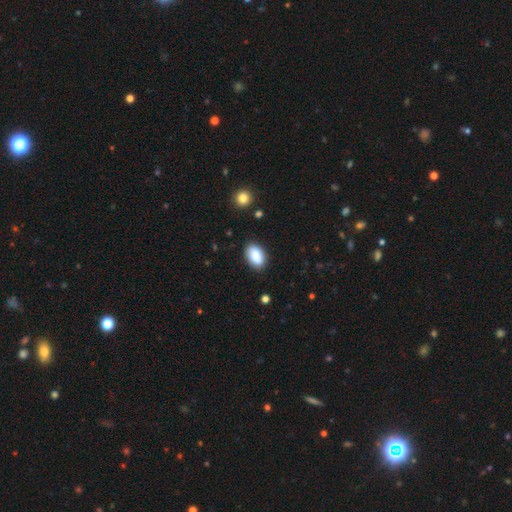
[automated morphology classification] smooth-or-featured: smooth: 88% | star or artifact: 7% | featured or disk: 5%
  how-rounded: in between: 91% | round: 8% | cigar-shaped: 1%
  merging: none: 82% | minor disturbance: 13% | major disturbance: 3% | merger: 2%